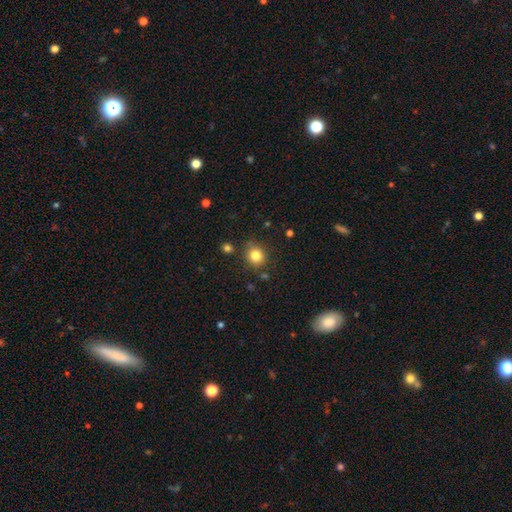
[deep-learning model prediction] Morphology: type=smooth (82%); roundness=round (81%); merging=none (82%).